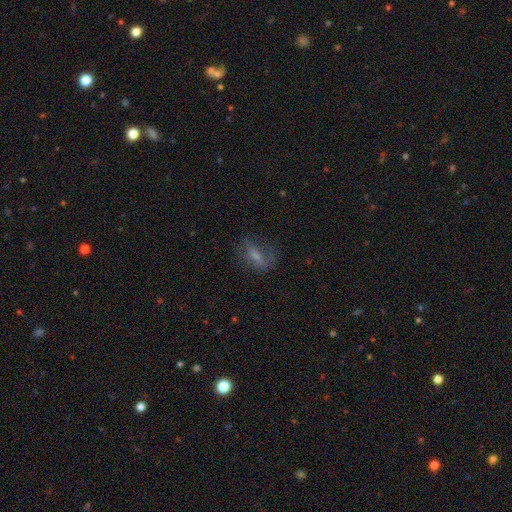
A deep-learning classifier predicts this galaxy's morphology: smooth 46%, featured or disk 39%, star or artifact 14%. Down the decision tree: merging — none (55%).